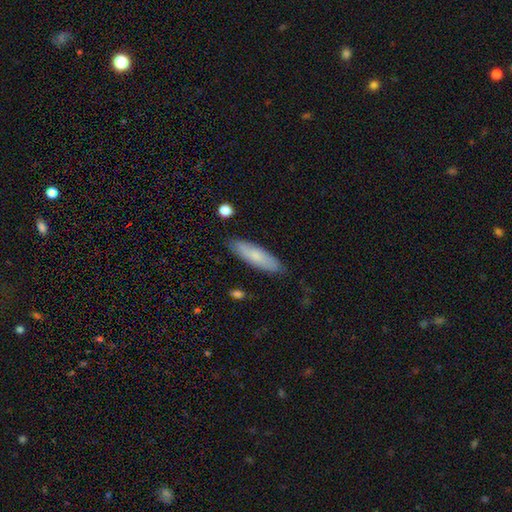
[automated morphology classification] smooth-or-featured: smooth: 75% | featured or disk: 19% | star or artifact: 6%
  how-rounded: cigar-shaped: 57% | in between: 41% | round: 2%
  merging: none: 84% | minor disturbance: 12% | major disturbance: 2% | merger: 1%